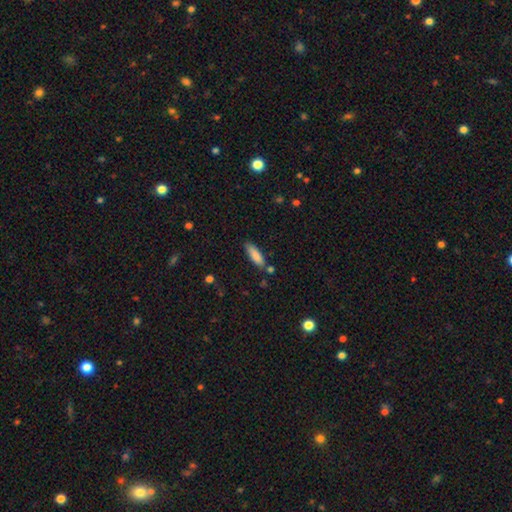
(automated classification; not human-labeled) The model was most divided on "how rounded": cigar-shaped: 55%, in between: 44%, round: 2%. More confident: smooth or featured — smooth (83%); merging — none (75%).